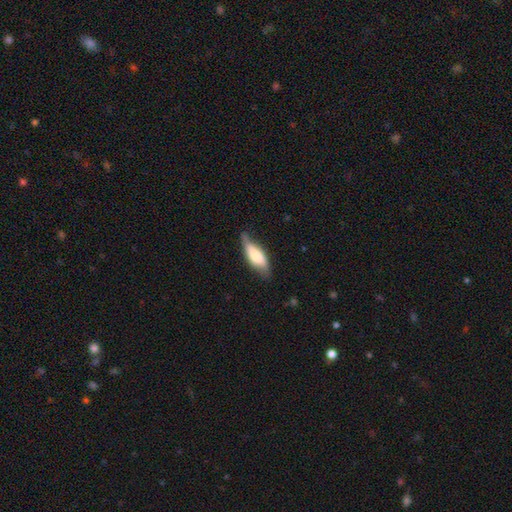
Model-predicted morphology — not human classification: Smooth or featured: smooth — 63% (featured or disk — 31%)
How rounded: in between — 64% (cigar-shaped — 34%)
Merging: none — 56% (minor disturbance — 34%)